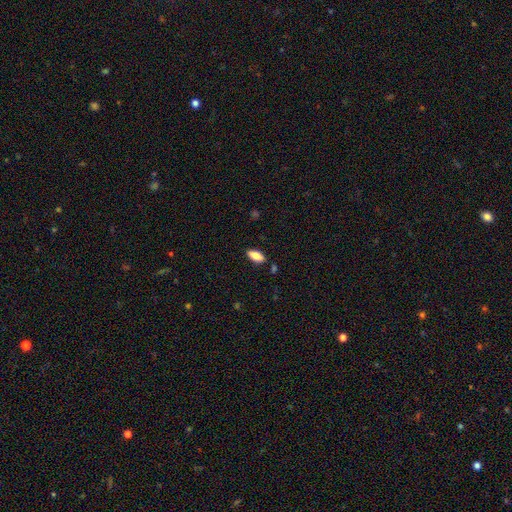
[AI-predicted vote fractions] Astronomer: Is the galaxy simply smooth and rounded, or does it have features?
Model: smooth — 80%.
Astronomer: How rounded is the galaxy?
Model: in between — 87%.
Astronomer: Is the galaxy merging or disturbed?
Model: none — 86%.